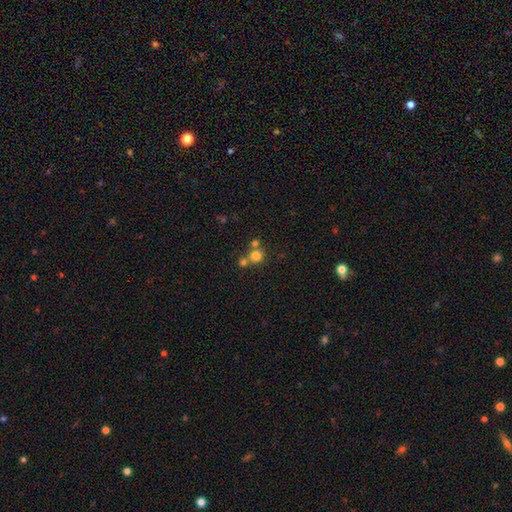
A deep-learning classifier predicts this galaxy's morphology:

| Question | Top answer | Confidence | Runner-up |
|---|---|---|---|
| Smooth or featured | smooth | 74% | star or artifact (16%) |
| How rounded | round | 87% | in between (12%) |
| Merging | none | 51% | merger (40%) |